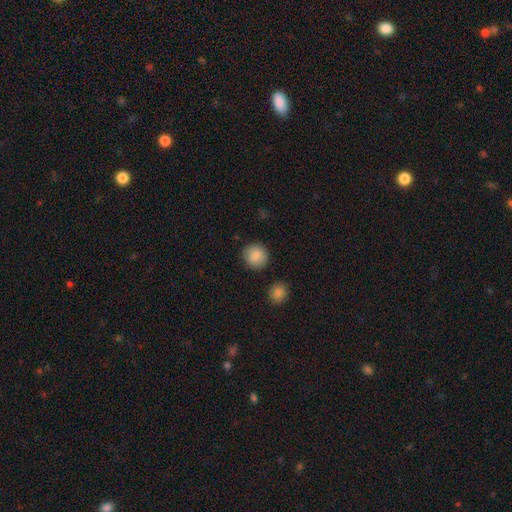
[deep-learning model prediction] Smooth or featured: smooth — 87% (star or artifact — 8%)
How rounded: round — 93% (in between — 6%)
Merging: none — 88% (minor disturbance — 7%)